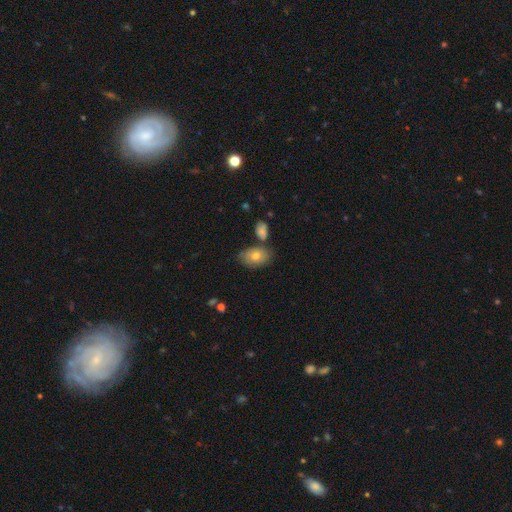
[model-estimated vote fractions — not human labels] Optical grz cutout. It shows a smooth galaxy with no disk features (68%) that is in between round and cigar-shaped (86%). Merging: none (64%).